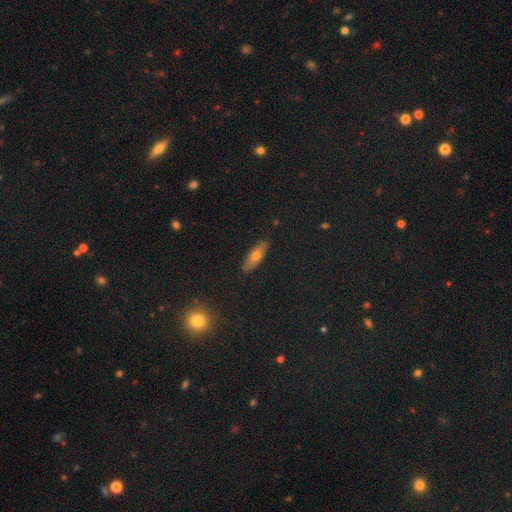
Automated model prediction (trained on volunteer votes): A smooth galaxy with no disk features (59%) that is in between round and cigar-shaped (56%).

Vote fractions:
- Smooth or featured? smooth: 59% / featured or disk: 32% / star or artifact: 9%
- How rounded? in between: 56% / cigar-shaped: 40% / round: 4%
- Merging? none: 88% / minor disturbance: 9% / major disturbance: 2% / merger: 1%